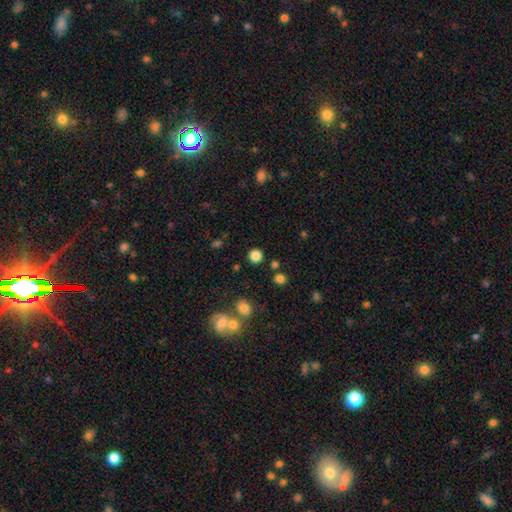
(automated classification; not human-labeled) Overall: smooth (83%). How rounded: round (91%). Merging: none (86%).